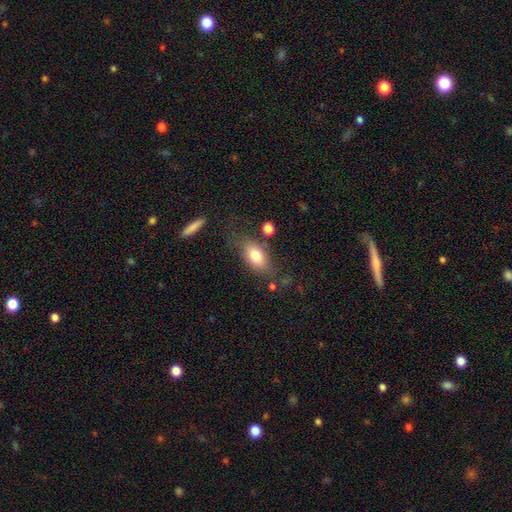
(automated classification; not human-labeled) This appears to be a smooth galaxy with no disk features (77%) that is in between round and cigar-shaped (86%). Merging: none (69%).